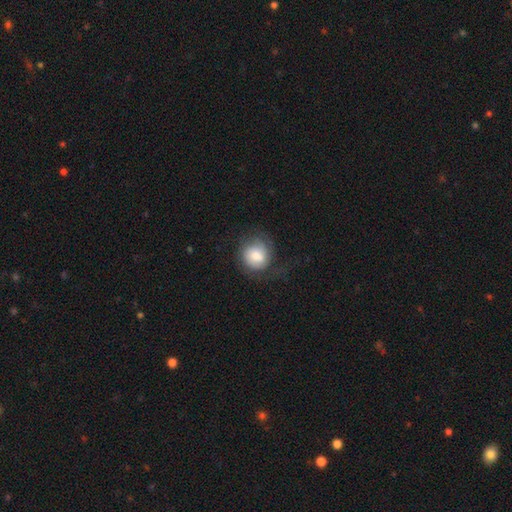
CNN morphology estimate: smooth-or-featured: smooth: 61% | featured or disk: 31% | star or artifact: 8%
  how-rounded: round: 86% | in between: 14% | cigar-shaped: 1%
  merging: none: 59% | minor disturbance: 20% | major disturbance: 19% | merger: 1%